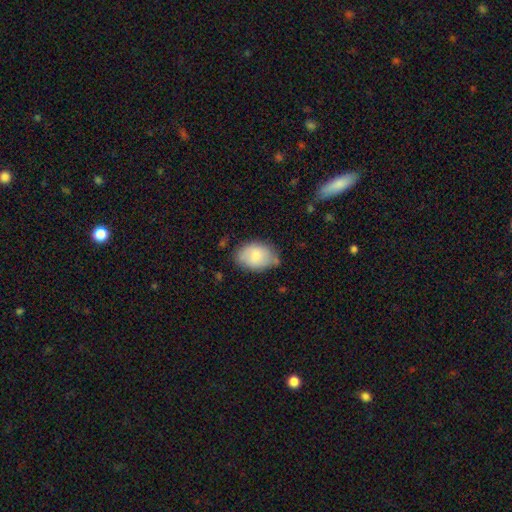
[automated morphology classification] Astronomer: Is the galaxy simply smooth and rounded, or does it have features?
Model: smooth — 80%.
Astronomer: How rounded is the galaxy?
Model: in between — 85%.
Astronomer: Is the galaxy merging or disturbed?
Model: none — 65%.